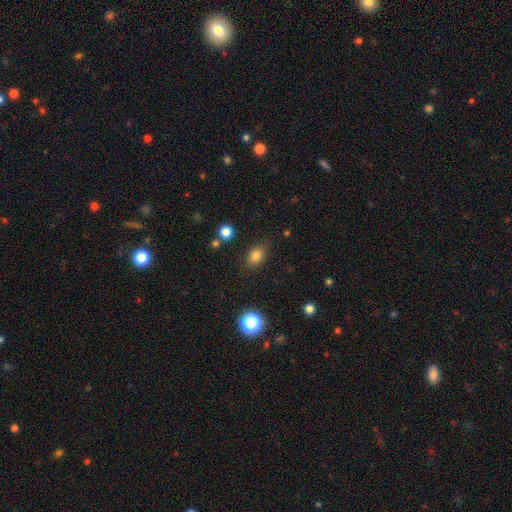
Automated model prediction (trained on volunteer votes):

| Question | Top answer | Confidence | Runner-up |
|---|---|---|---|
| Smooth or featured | smooth | 80% | star or artifact (12%) |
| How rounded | in between | 72% | round (27%) |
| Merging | none | 82% | minor disturbance (12%) |